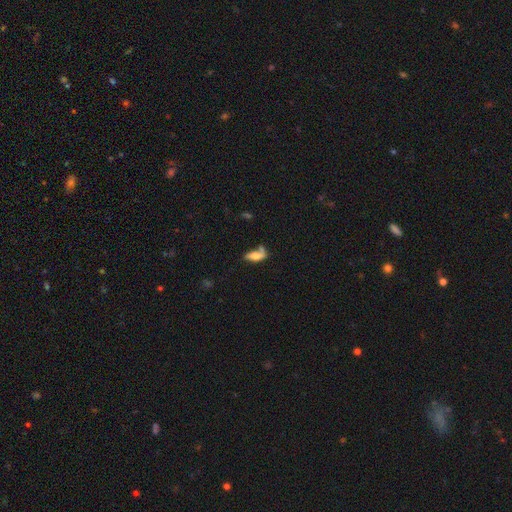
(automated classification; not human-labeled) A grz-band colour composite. It shows a smooth galaxy with no disk features (63%) that is in between round and cigar-shaped (75%). Merging: none (36%).